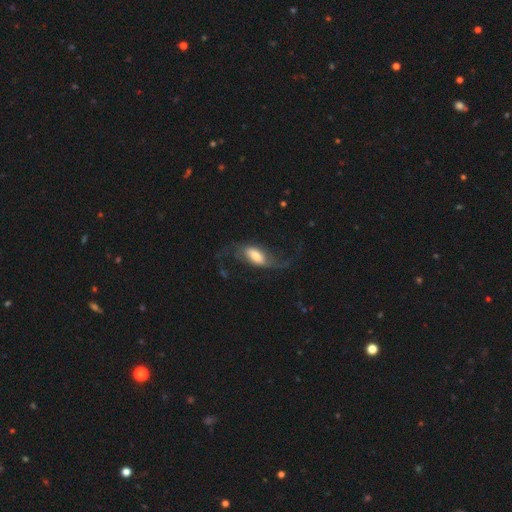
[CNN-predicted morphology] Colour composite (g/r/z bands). It shows a featured or disk galaxy (66%) with a weak bar (39%), 2 (90%) loose (84%) spiral arms (90%) and a moderate central bulge (35%). Merging: none (50%).